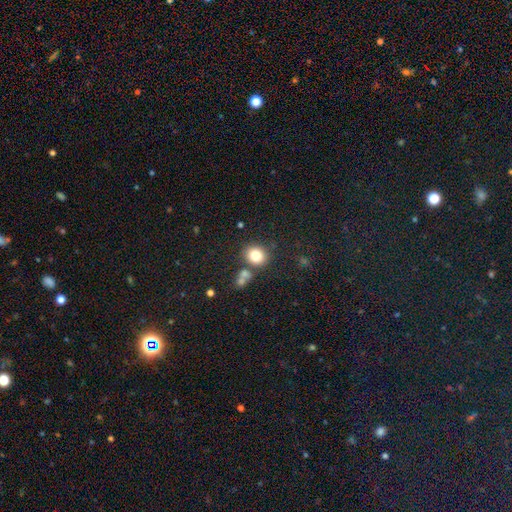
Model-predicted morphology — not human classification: Smooth or featured? Predicted: smooth (p=0.80). How rounded? Predicted: round (p=0.76). Merging? Predicted: none (p=0.72).